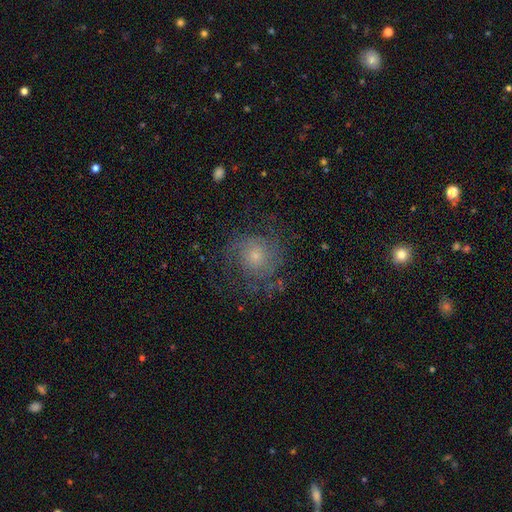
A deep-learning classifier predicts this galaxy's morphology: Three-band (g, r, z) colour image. It shows a featured or disk galaxy (59%) with no bar (81%), spiral arms (83%) and a small central bulge (66%). Merging: none (63%).